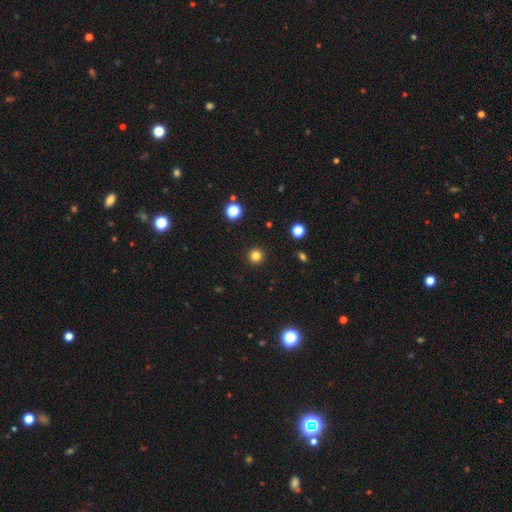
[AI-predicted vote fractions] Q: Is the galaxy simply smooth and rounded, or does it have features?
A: smooth — 82%.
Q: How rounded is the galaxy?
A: round — 96%.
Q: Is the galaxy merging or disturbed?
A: none — 93%.